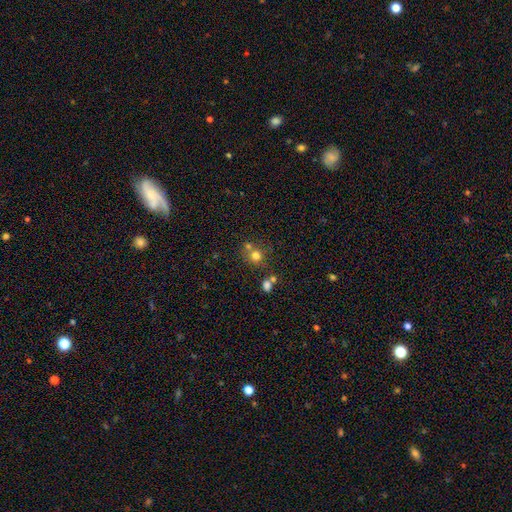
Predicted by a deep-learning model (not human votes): smooth 73%, star or artifact 16%, featured or disk 11%. Down the decision tree: how rounded — round (87%); merging — none (58%).